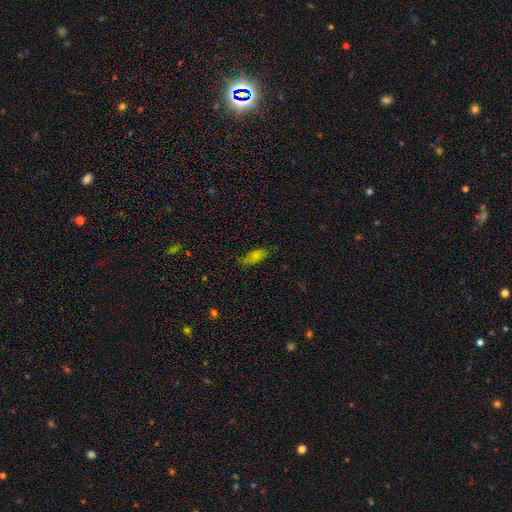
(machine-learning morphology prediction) Overall: smooth (67%). How rounded: in between (68%; cigar-shaped 28%). Merging: none (75%).